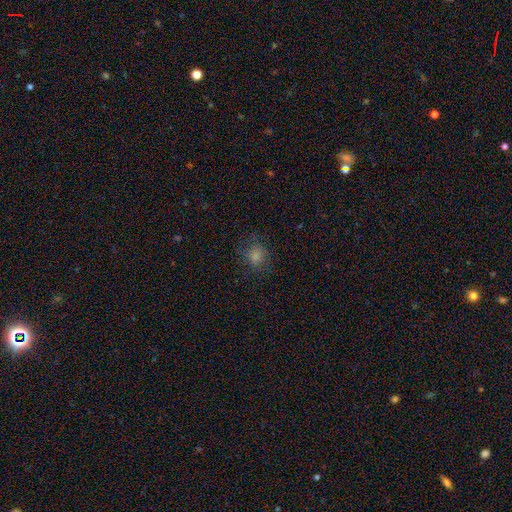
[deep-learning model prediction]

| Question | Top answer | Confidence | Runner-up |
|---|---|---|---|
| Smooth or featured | smooth | 68% | star or artifact (24%) |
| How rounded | round | 77% | in between (22%) |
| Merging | none | 80% | minor disturbance (13%) |